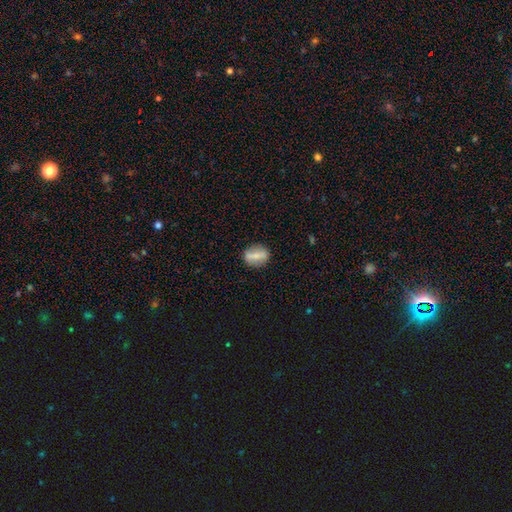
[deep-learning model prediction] Smooth or featured? Predicted: smooth (p=0.61). How rounded? Predicted: in between (p=0.60). Merging? Predicted: none (p=0.83).